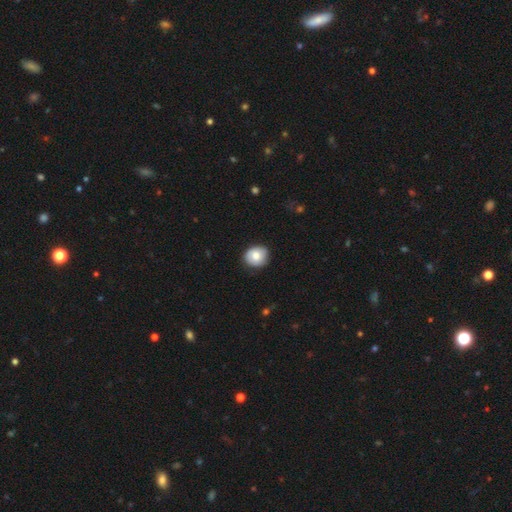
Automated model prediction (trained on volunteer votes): Q: Smooth or featured?
A: smooth (78%); runner-up: featured or disk (14%)
Q: How rounded?
A: round (75%); runner-up: in between (24%)
Q: Merging?
A: none (83%); runner-up: minor disturbance (13%)